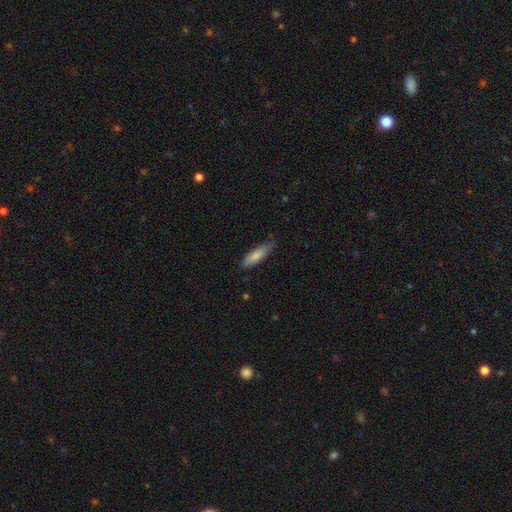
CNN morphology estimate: This appears to be a smooth galaxy with no disk features (81%) that is cigar-shaped (55%). Merging: none (63%).